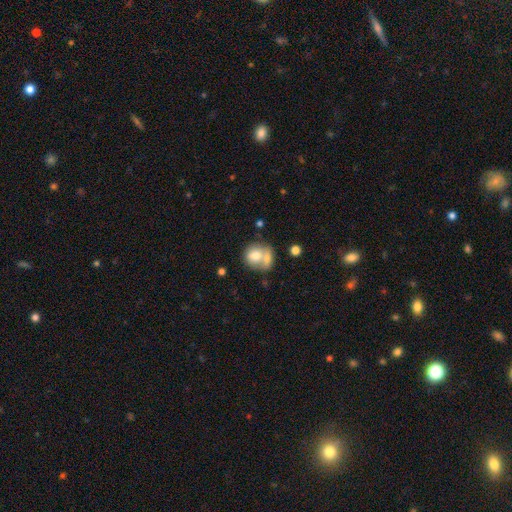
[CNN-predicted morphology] smooth-or-featured: smooth: 71% | featured or disk: 21% | star or artifact: 8%
  how-rounded: round: 71% | in between: 28% | cigar-shaped: 1%
  merging: merger: 55% | none: 29% | minor disturbance: 10% | major disturbance: 6%